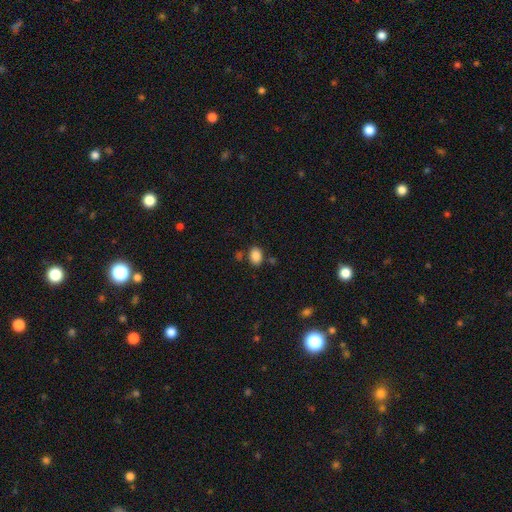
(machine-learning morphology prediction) This is clearly a smooth galaxy (87%). How rounded: likely in between (74%). Merging: likely none (77%).